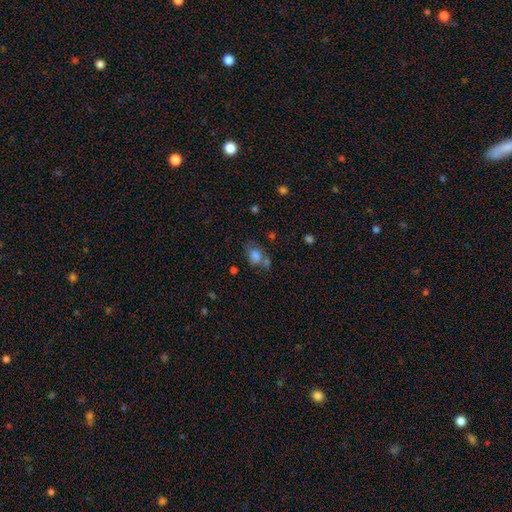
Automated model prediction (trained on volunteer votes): smooth-or-featured: smooth: 75% | featured or disk: 13% | star or artifact: 12%
  how-rounded: in between: 67% | round: 31% | cigar-shaped: 2%
  merging: none: 43% | merger: 23% | minor disturbance: 22% | major disturbance: 12%